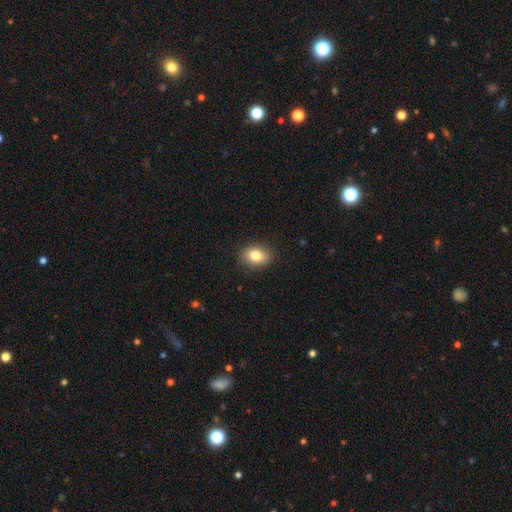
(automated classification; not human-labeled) A smooth galaxy with no disk features (81%) that is in between round and cigar-shaped (67%).

Vote fractions:
- Smooth or featured? smooth: 81% / star or artifact: 9% / featured or disk: 9%
- How rounded? in between: 67% / round: 32% / cigar-shaped: 1%
- Merging? none: 88% / minor disturbance: 8% / major disturbance: 2% / merger: 1%